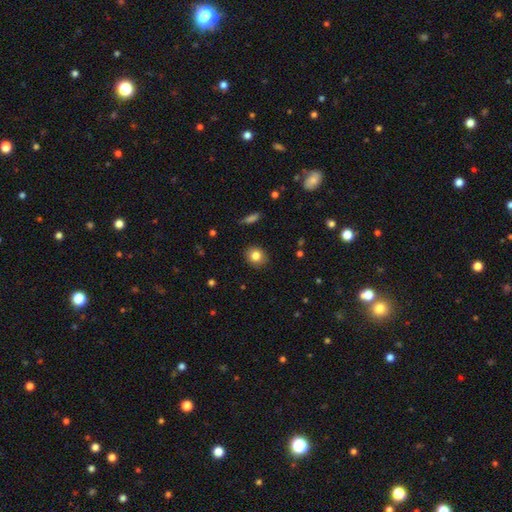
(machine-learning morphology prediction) A smooth galaxy with no disk features (82%) that is round (70%). Merging: none (89%).